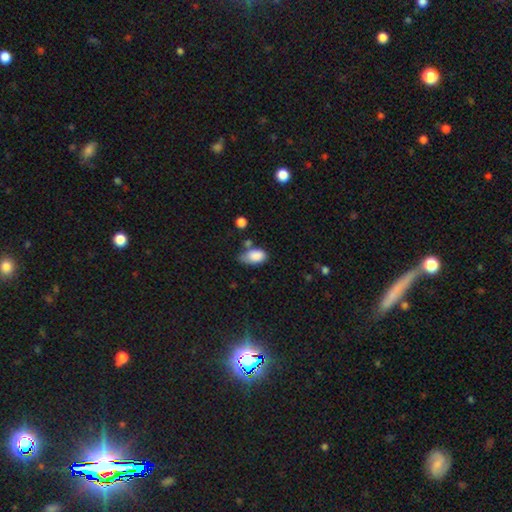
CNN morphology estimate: The model was most divided on "merging": none: 38%, minor disturbance: 36%, merger: 14%, major disturbance: 12%. More confident: how rounded — in between (91%); smooth or featured — smooth (84%).